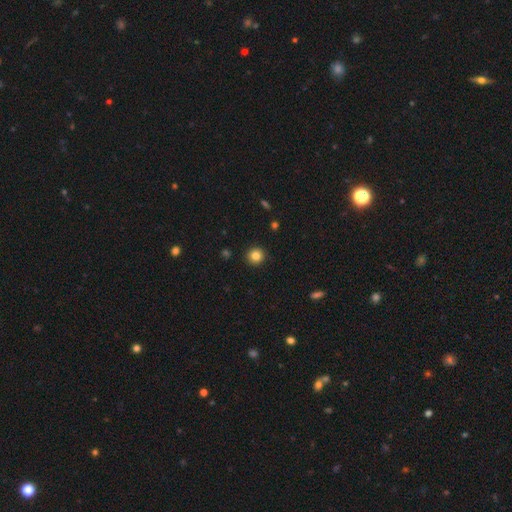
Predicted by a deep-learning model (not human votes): Smooth or featured? smooth (83%)
How rounded? round (93%)
Merging? none (92%)